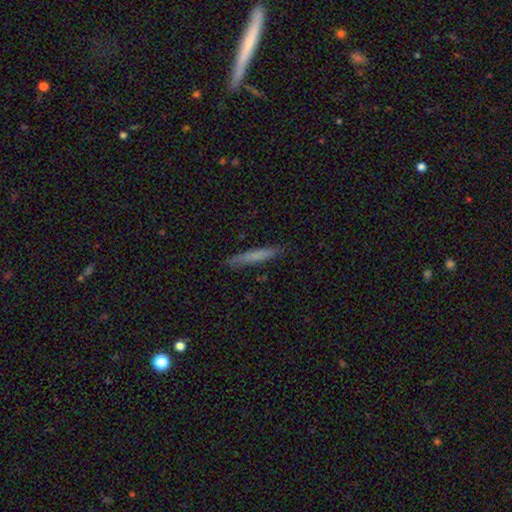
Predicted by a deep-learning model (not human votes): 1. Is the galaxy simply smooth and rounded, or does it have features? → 68% smooth, 26% featured or disk, 6% star or artifact.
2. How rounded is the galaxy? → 95% cigar-shaped, 3% in between, 1% round.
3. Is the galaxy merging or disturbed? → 88% none, 9% minor disturbance, 2% major disturbance, 1% merger.